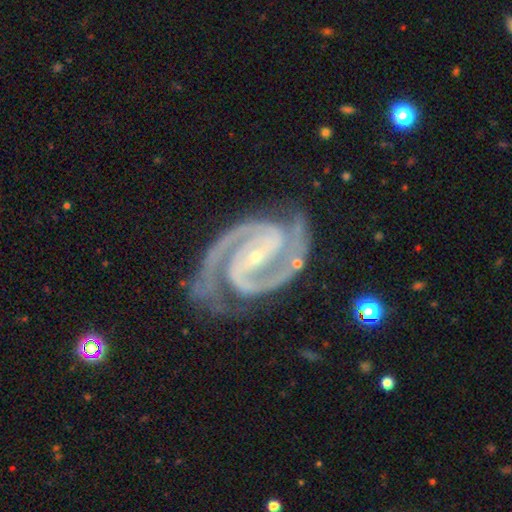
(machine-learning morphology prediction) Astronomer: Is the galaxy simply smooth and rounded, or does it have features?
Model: featured or disk — 94%.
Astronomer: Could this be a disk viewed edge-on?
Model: no — 98%.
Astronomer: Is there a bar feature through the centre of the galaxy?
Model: strong — 58%.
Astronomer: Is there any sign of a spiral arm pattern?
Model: yes — 99%.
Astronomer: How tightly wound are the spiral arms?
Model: tight — 49% (runner-up: medium, 46%).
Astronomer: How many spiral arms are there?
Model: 2 — 91%.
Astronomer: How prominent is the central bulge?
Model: small — 84%.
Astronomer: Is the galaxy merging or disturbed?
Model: none — 76%.